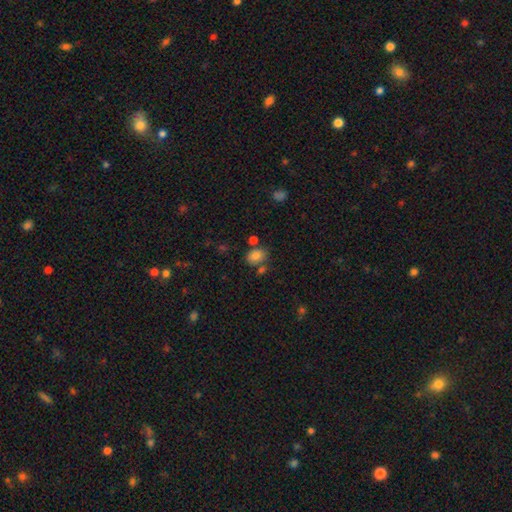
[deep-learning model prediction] This appears to be a smooth galaxy with no disk features (82%) that is in between round and cigar-shaped (69%). Merging: none (68%).